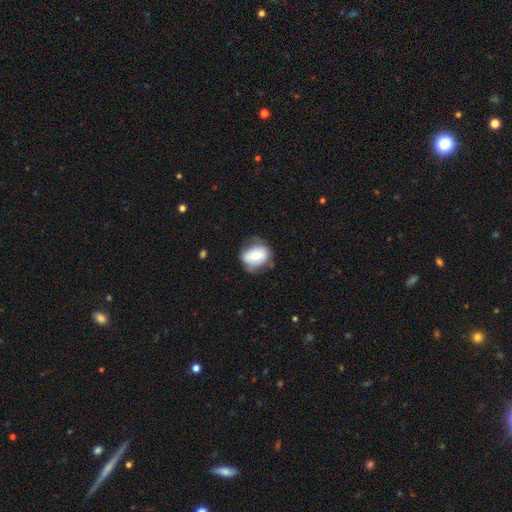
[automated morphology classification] Smooth or featured: smooth — 63% (featured or disk — 30%)
How rounded: in between — 58% (round — 41%)
Merging: none — 61% (minor disturbance — 27%)